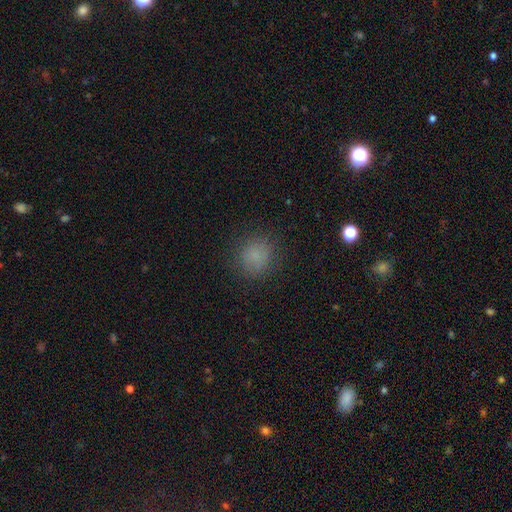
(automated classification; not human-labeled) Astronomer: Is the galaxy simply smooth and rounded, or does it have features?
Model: smooth — 80%.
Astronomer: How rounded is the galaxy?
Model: round — 85%.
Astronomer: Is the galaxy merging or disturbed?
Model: none — 85%.